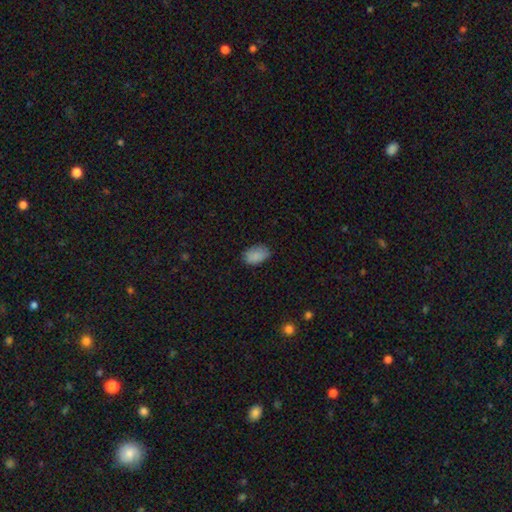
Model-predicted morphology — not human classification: This appears to be a smooth galaxy with no disk features (87%) that is in between round and cigar-shaped (88%). Merging: none (77%).